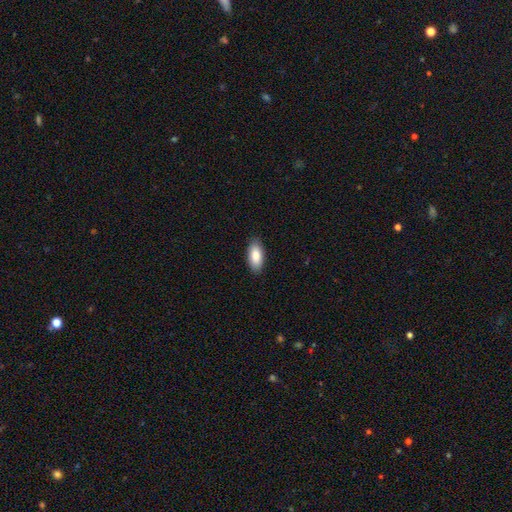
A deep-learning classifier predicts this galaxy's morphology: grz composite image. It shows a smooth galaxy with no disk features (86%) that is in between round and cigar-shaped (90%). Merging: none (89%).